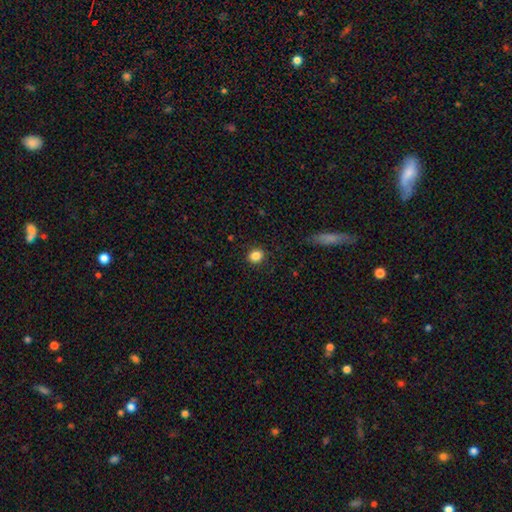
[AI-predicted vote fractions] smooth_or_featured: smooth (p=0.85) [alt: star or artifact p=0.10]
how_rounded: round (p=0.70) [alt: in between p=0.29]
merging: none (p=0.89) [alt: minor disturbance p=0.08]